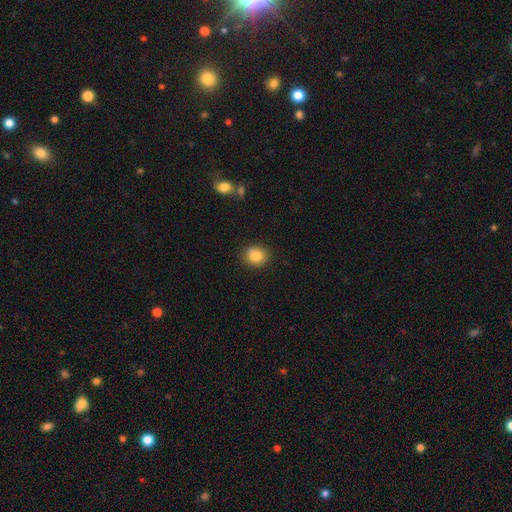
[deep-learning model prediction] smooth 83%, star or artifact 10%, featured or disk 7%. Down the decision tree: how rounded — round (74%); merging — none (84%).